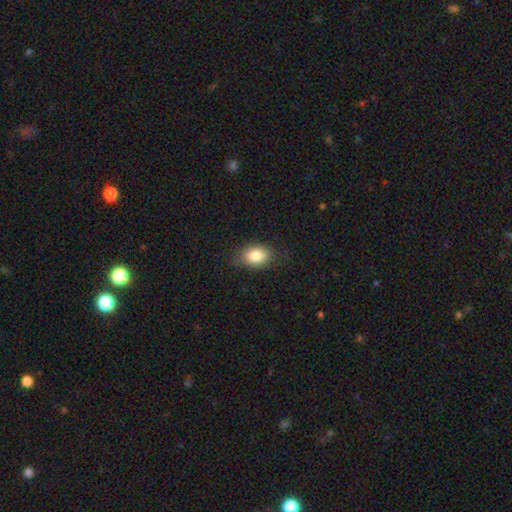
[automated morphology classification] A smooth galaxy with no disk features (83%) that is in between round and cigar-shaped (82%). Merging: none (79%).